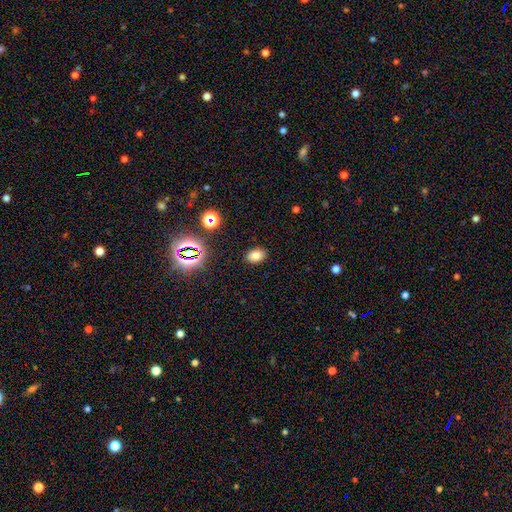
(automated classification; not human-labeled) smooth_or_featured: smooth (p=0.76) [alt: star or artifact p=0.16]
how_rounded: in between (p=0.79) [alt: round p=0.20]
merging: none (p=0.88) [alt: minor disturbance p=0.09]